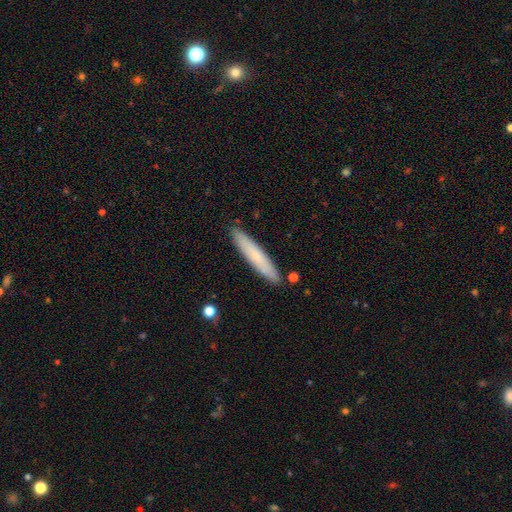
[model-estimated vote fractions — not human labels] smooth-or-featured: smooth: 71% | featured or disk: 23% | star or artifact: 6%
  how-rounded: cigar-shaped: 91% | in between: 8% | round: 1%
  merging: none: 89% | minor disturbance: 8% | merger: 2% | major disturbance: 1%